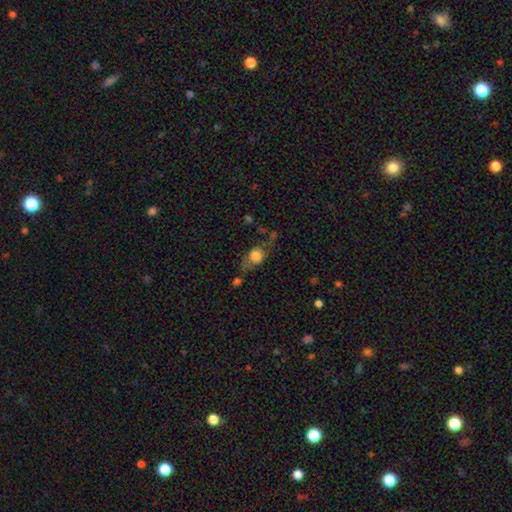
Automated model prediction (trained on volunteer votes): Q: Smooth or featured?
A: smooth (63%); runner-up: featured or disk (27%)
Q: How rounded?
A: in between (48%); runner-up: round (46%)
Q: Merging?
A: none (47%); runner-up: minor disturbance (25%)